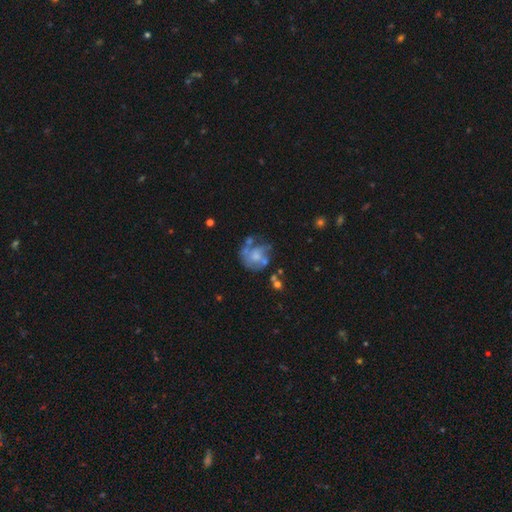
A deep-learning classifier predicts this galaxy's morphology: This is possibly a featured or disk galaxy (55%). It is clearly not viewed edge-on (98%). Bar: clearly no (85%). Spiral arm pattern: likely no (66%). Central bulge: marginally moderate (41%). Merging: marginally none (41%).